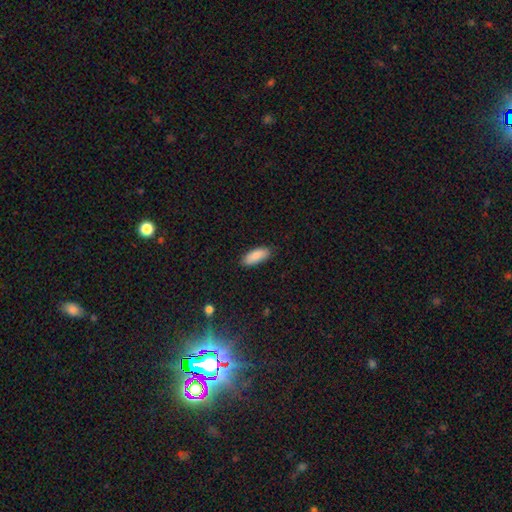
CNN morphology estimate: Smooth or featured? Predicted: smooth (p=0.89). How rounded? Predicted: in between (p=0.79). Merging? Predicted: none (p=0.87).